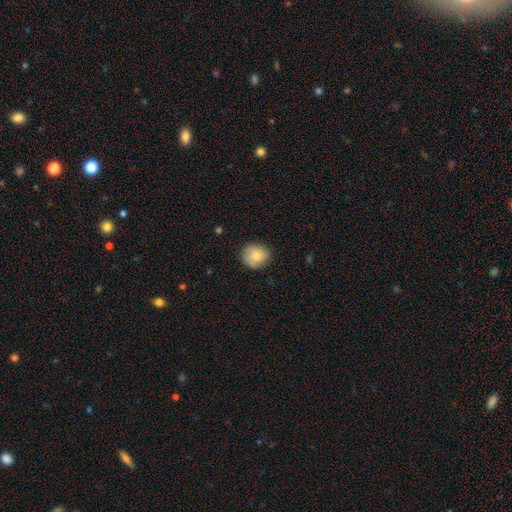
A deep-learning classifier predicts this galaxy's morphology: Smooth or featured? Predicted: smooth (p=0.77). How rounded? Predicted: round (p=0.75). Merging? Predicted: none (p=0.78).